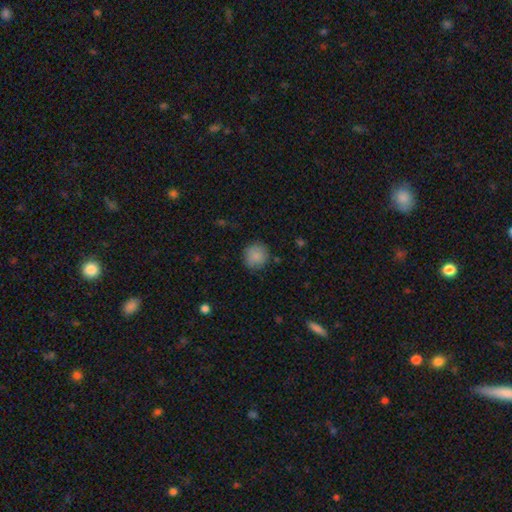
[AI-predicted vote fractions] Smooth or featured? smooth (85%)
How rounded? round (91%)
Merging? none (83%)